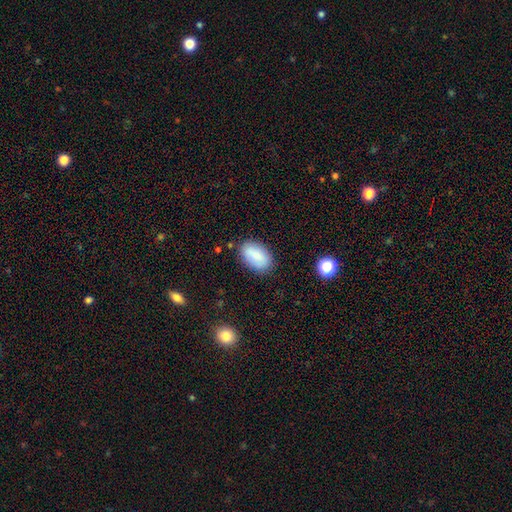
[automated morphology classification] Smooth or featured: smooth — 84% (featured or disk — 8%)
How rounded: in between — 92% (round — 6%)
Merging: none — 82% (minor disturbance — 13%)